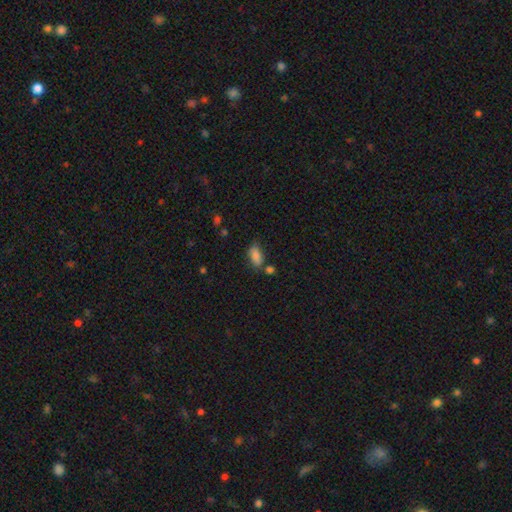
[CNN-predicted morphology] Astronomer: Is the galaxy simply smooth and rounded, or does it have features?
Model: smooth — 81%.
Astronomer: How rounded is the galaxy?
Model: in between — 90%.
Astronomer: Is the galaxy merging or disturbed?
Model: none — 66%.